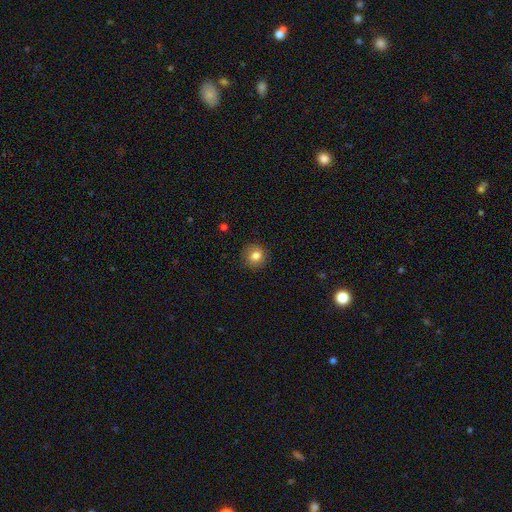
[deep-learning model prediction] Smooth or featured?
  - smooth: 83% *
  - star or artifact: 10%
  - featured or disk: 7%
How rounded?
  - round: 89% *
  - in between: 10%
  - cigar-shaped: 1%
Merging?
  - none: 88% *
  - minor disturbance: 9%
  - major disturbance: 2%
  - merger: 1%